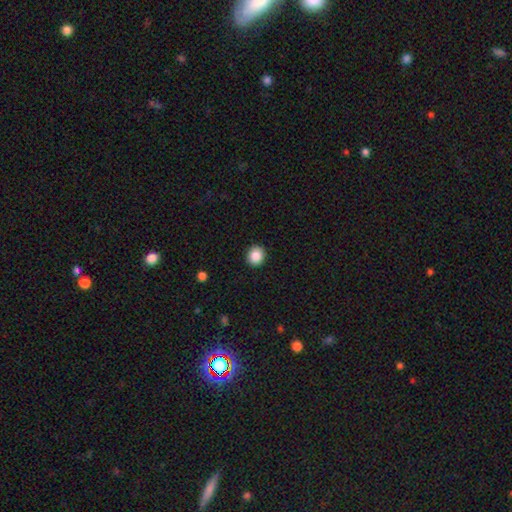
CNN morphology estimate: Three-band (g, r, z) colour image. It shows a smooth galaxy with no disk features (86%) that is round (83%). Merging: none (92%).